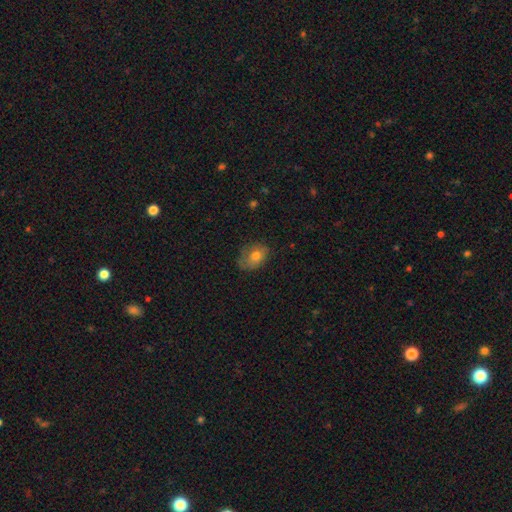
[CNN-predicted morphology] A smooth galaxy with no disk features (73%) that is in between round and cigar-shaped (70%).

Vote fractions:
- Smooth or featured? smooth: 73% / featured or disk: 18% / star or artifact: 9%
- How rounded? in between: 70% / round: 29% / cigar-shaped: 1%
- Merging? none: 62% / minor disturbance: 28% / major disturbance: 9% / merger: 1%